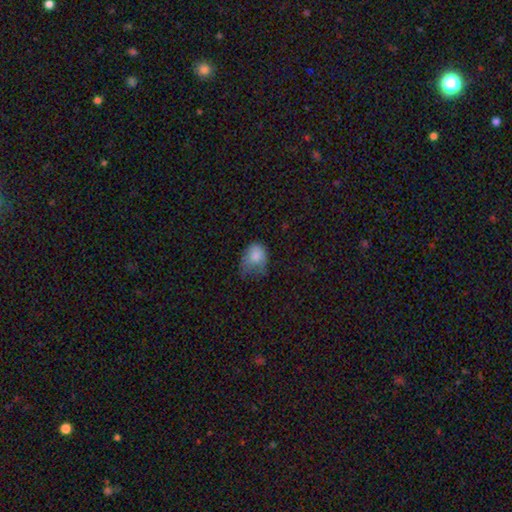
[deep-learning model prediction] Smooth or featured? smooth (77%)
How rounded? in between (65%)
Merging? minor disturbance (38%)